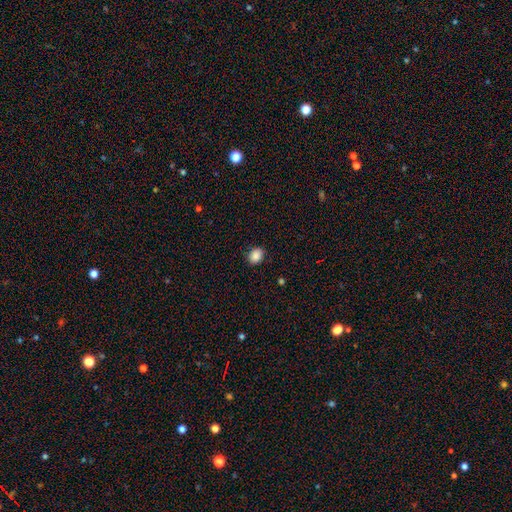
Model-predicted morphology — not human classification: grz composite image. It shows a smooth galaxy with no disk features (88%) that is in between round and cigar-shaped (52%). Merging: none (89%).